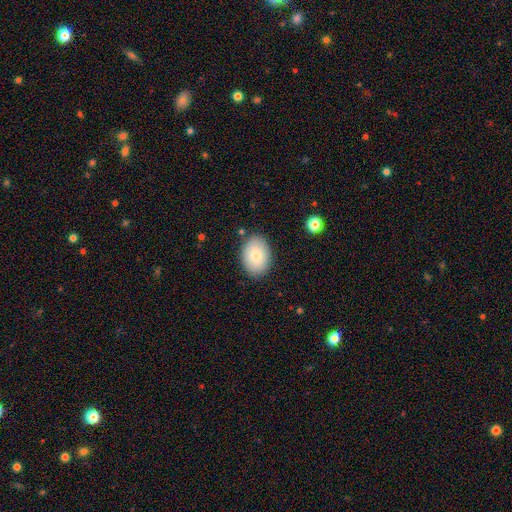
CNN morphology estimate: The model was most divided on "how rounded": in between: 81%, round: 18%, cigar-shaped: 1%. More confident: merging — none (85%); smooth or featured — smooth (81%).